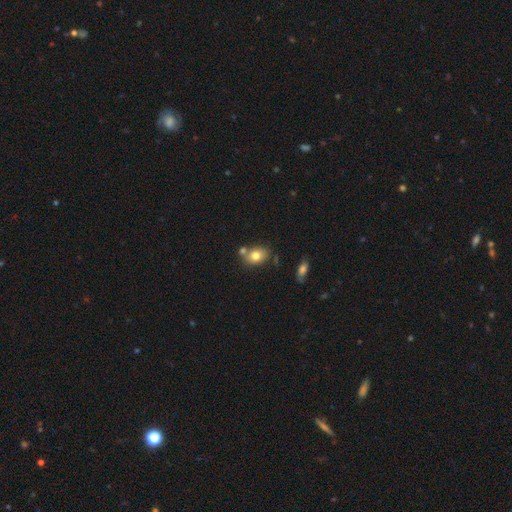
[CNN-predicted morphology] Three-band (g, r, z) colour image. It shows a smooth galaxy with no disk features (77%) that is in between round and cigar-shaped (67%). Merging: none (61%).